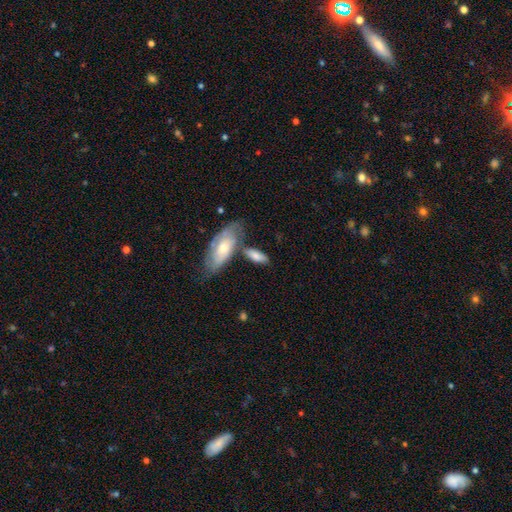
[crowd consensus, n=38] A smooth galaxy with no disk features (68%) that is in between round and cigar-shaped (85%). Merging: none (56%).